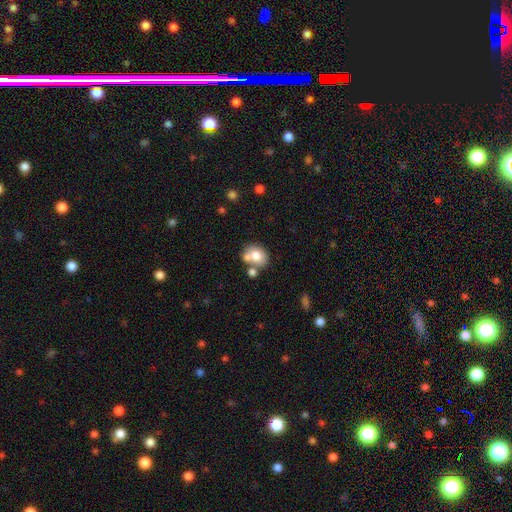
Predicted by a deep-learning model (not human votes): Smooth or featured?
  - smooth: 72% *
  - featured or disk: 18%
  - star or artifact: 9%
How rounded?
  - round: 55% *
  - in between: 45%
  - cigar-shaped: 1%
Merging?
  - none: 48% *
  - merger: 33%
  - minor disturbance: 14%
  - major disturbance: 6%